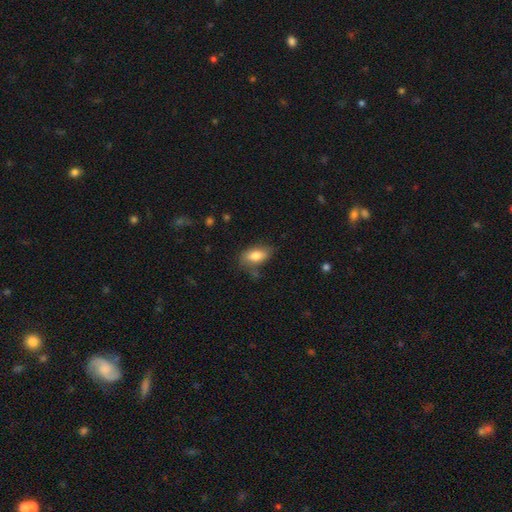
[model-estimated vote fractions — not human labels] Smooth or featured: smooth — 78% (featured or disk — 14%)
How rounded: in between — 88% (cigar-shaped — 7%)
Merging: none — 65% (minor disturbance — 25%)